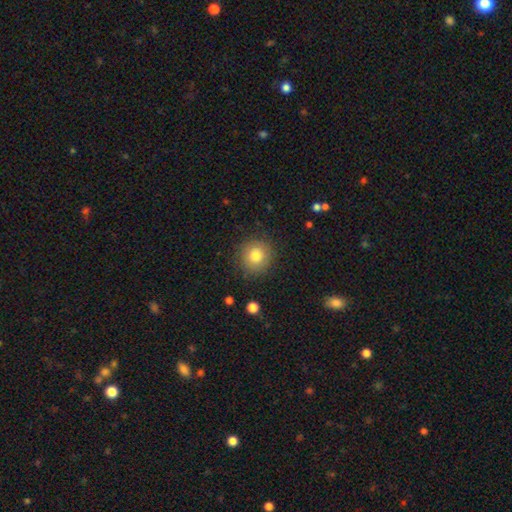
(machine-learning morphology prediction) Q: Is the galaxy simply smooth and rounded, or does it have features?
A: smooth — 80%.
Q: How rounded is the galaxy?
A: round — 92%.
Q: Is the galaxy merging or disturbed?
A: none — 87%.